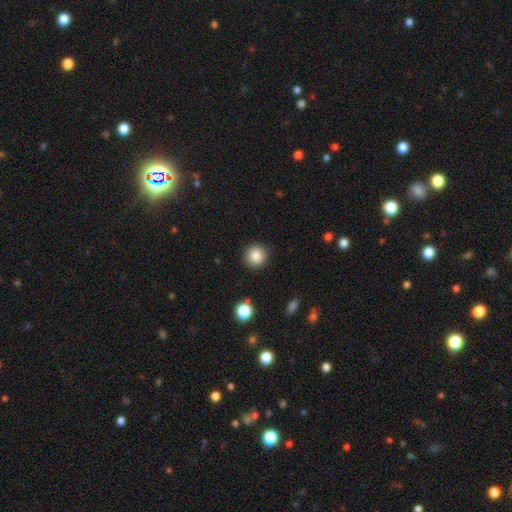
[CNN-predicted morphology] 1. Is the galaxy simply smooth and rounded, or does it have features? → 85% smooth, 10% star or artifact, 5% featured or disk.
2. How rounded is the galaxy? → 93% round, 6% in between, 1% cigar-shaped.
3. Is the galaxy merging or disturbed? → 90% none, 6% minor disturbance, 2% major disturbance, 1% merger.